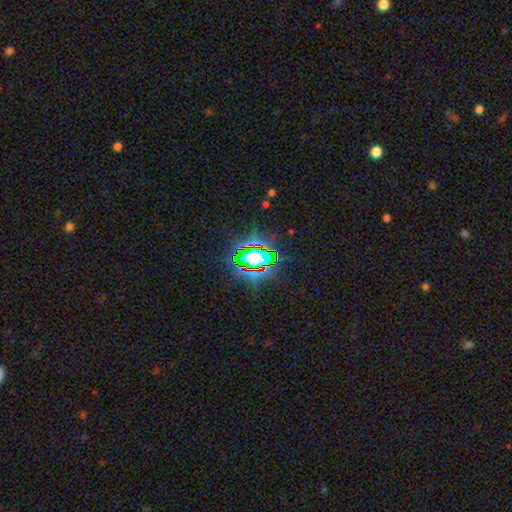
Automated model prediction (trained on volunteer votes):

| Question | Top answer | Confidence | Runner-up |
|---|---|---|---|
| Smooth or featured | star or artifact | 79% | smooth (13%) |